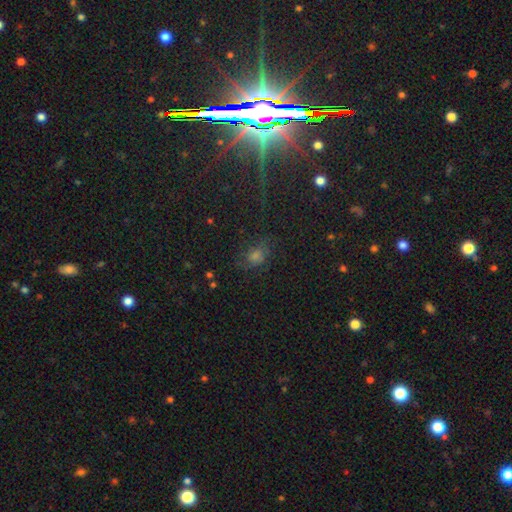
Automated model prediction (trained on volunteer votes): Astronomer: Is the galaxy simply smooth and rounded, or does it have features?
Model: star or artifact — 42% (runner-up: smooth, 40%).